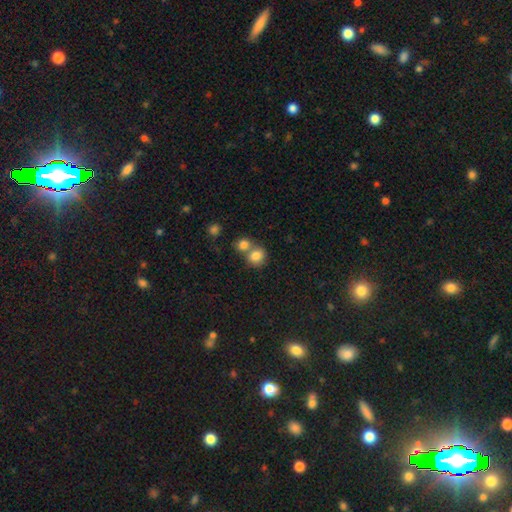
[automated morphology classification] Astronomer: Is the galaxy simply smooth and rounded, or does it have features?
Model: smooth — 82%.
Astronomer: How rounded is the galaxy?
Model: round — 75%.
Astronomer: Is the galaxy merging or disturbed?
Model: merger — 49% (runner-up: none, 40%).